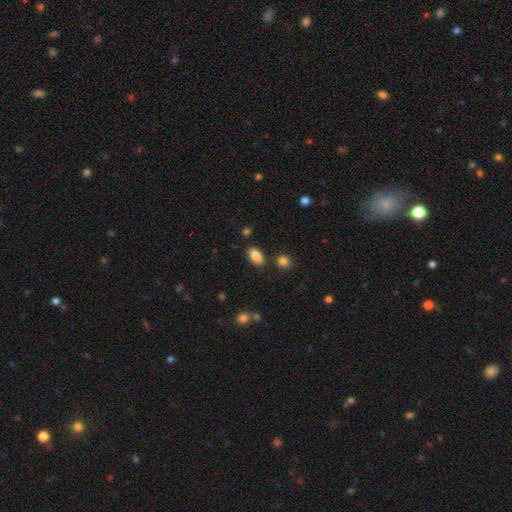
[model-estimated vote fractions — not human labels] Smooth or featured? Predicted: smooth (p=0.88). How rounded? Predicted: in between (p=0.92). Merging? Predicted: none (p=0.83).